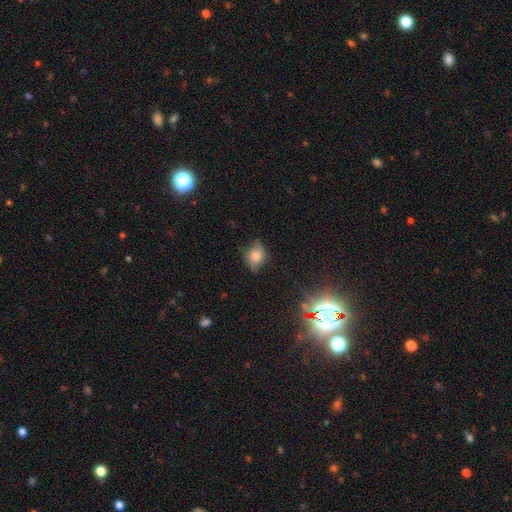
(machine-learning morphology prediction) A smooth galaxy with no disk features (58%) that is in between round and cigar-shaped (59%).

Vote fractions:
- Smooth or featured? smooth: 58% / featured or disk: 30% / star or artifact: 13%
- How rounded? in between: 59% / round: 39% / cigar-shaped: 2%
- Merging? none: 61% / minor disturbance: 29% / major disturbance: 8% / merger: 1%